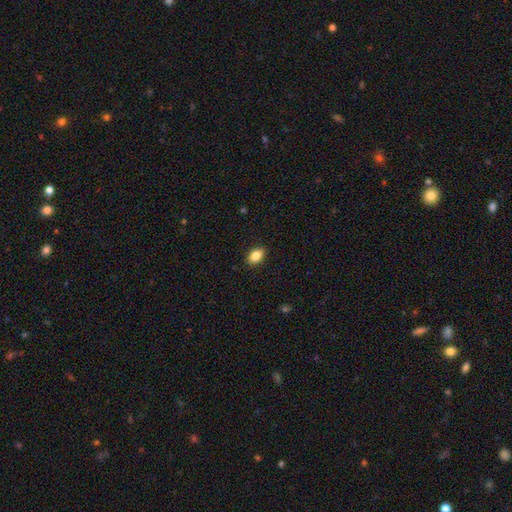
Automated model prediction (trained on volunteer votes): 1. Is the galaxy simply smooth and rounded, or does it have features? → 86% smooth, 8% star or artifact, 6% featured or disk.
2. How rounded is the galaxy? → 86% in between, 12% round, 2% cigar-shaped.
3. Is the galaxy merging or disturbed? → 89% none, 9% minor disturbance, 2% major disturbance, 1% merger.